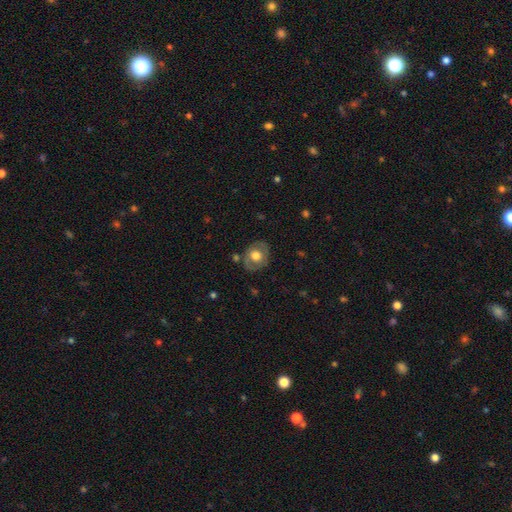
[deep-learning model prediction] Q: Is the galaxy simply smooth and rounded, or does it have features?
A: smooth — 54%.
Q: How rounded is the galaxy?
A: round — 57%.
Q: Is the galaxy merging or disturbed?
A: none — 79%.